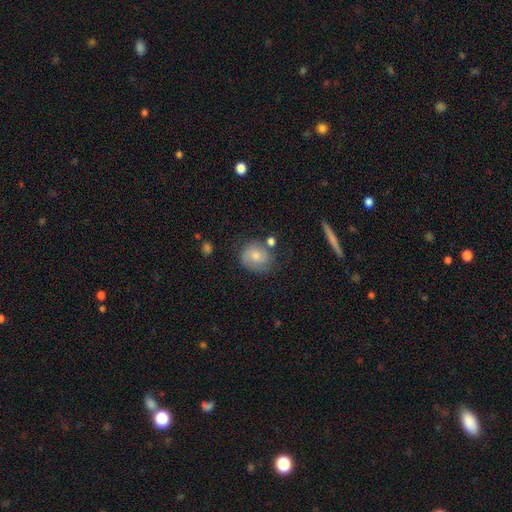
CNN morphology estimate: The model was most divided on "smooth or featured": smooth: 59%, featured or disk: 32%, star or artifact: 9%. More confident: how rounded — round (72%); merging — none (60%).